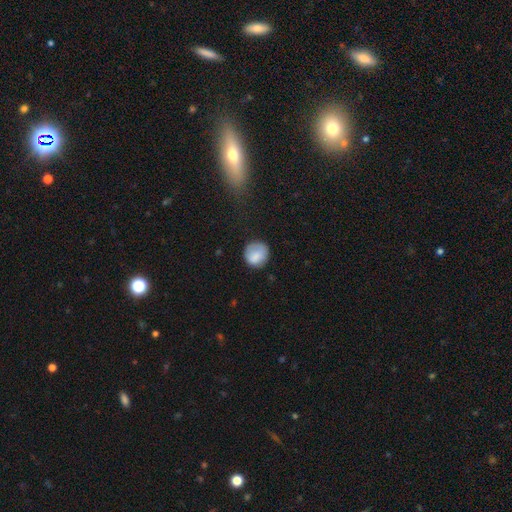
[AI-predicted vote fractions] Morphology: type=smooth (82%); roundness=round (88%); merging=none (74%).